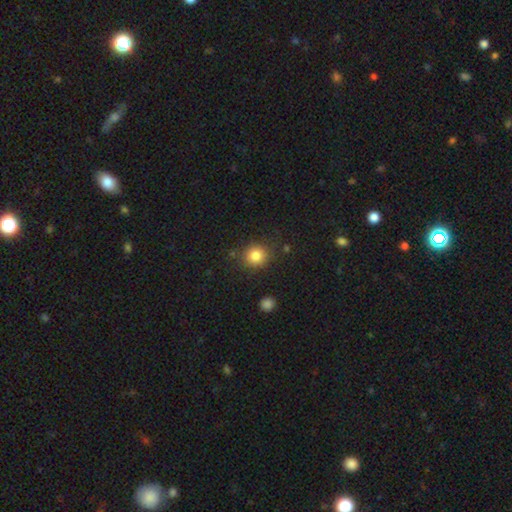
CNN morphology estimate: A smooth galaxy with no disk features (84%) that is round (84%).

Vote fractions:
- Smooth or featured? smooth: 84% / star or artifact: 10% / featured or disk: 5%
- How rounded? round: 84% / in between: 15% / cigar-shaped: 1%
- Merging? none: 82% / minor disturbance: 11% / major disturbance: 4% / merger: 3%